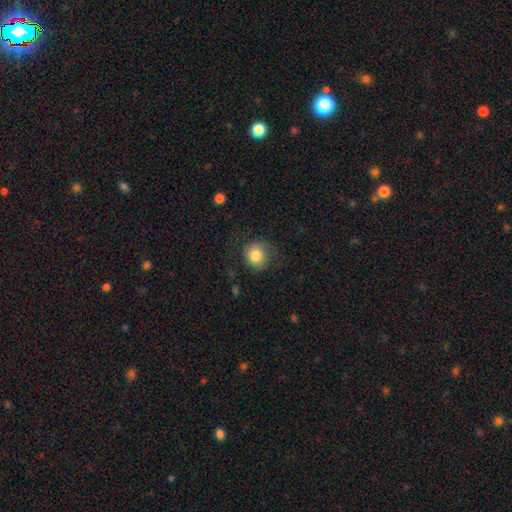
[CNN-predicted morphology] smooth-or-featured: smooth: 80% | featured or disk: 11% | star or artifact: 9%
  how-rounded: round: 84% | in between: 16% | cigar-shaped: 1%
  merging: none: 66% | minor disturbance: 20% | major disturbance: 12% | merger: 1%